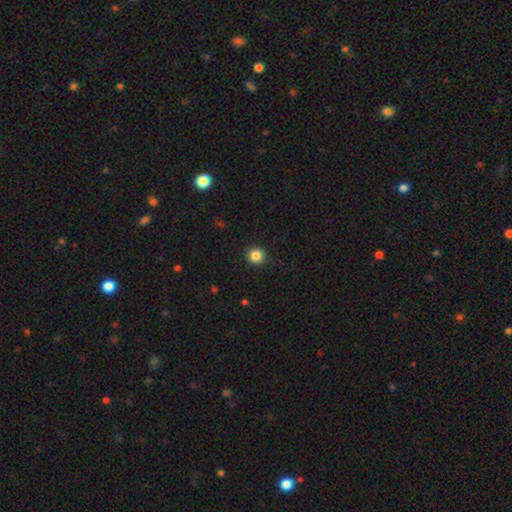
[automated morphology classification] Smooth or featured?
  - smooth: 86% *
  - star or artifact: 11%
  - featured or disk: 4%
How rounded?
  - round: 94% *
  - in between: 5%
  - cigar-shaped: 1%
Merging?
  - none: 93% *
  - minor disturbance: 5%
  - major disturbance: 2%
  - merger: 1%